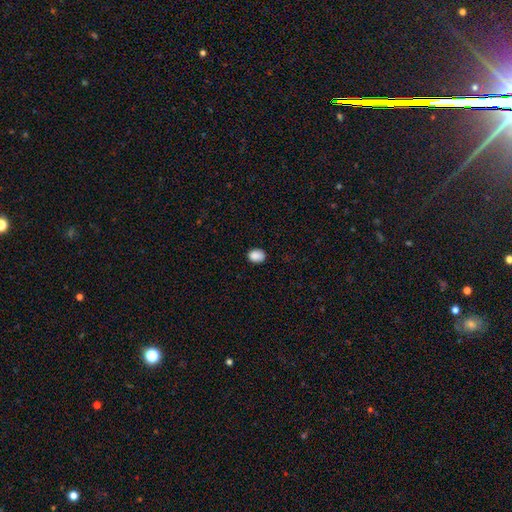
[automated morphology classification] type=smooth (88%); roundness=in between (55%); merging=none (83%).